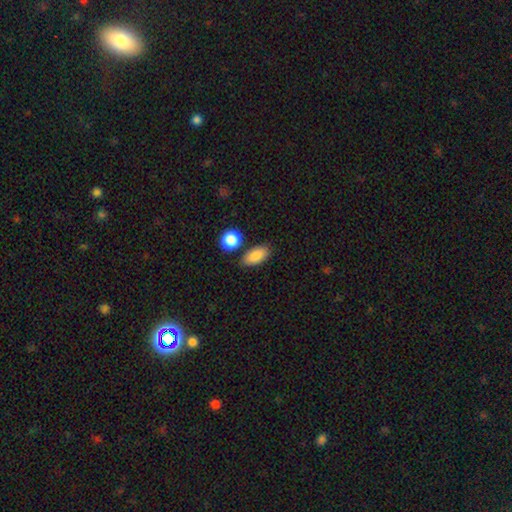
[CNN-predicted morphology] Smooth or featured? smooth (87%)
How rounded? in between (88%)
Merging? none (75%)